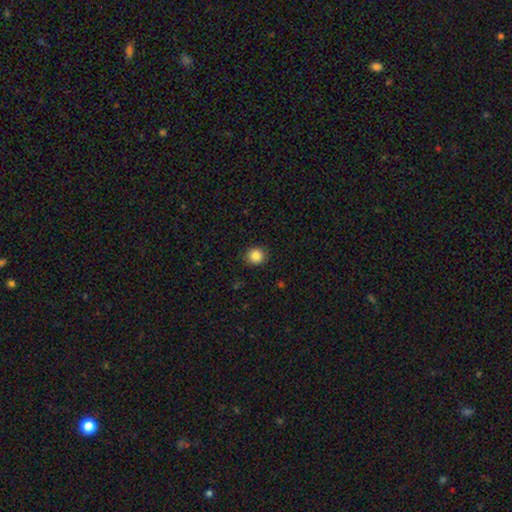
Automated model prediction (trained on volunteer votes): Q: Smooth or featured?
A: smooth (86%); runner-up: star or artifact (10%)
Q: How rounded?
A: round (90%); runner-up: in between (9%)
Q: Merging?
A: none (89%); runner-up: minor disturbance (8%)